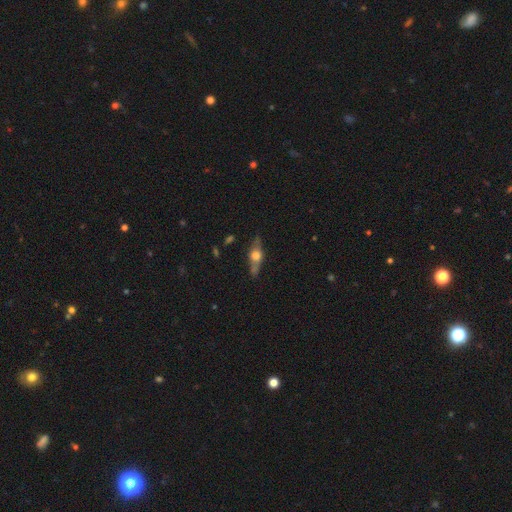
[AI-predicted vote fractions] A featured or disk galaxy (63%) viewed edge-on (89%) with a rounded central bulge (93%).

Vote fractions:
- Smooth or featured? featured or disk: 63% / smooth: 30% / star or artifact: 7%
- Edge-on disk? yes: 89% / no: 11%
- Edge-on bulge? rounded: 93% / boxy: 5% / none: 2%
- Merging? none: 73% / minor disturbance: 17% / major disturbance: 5% / merger: 4%